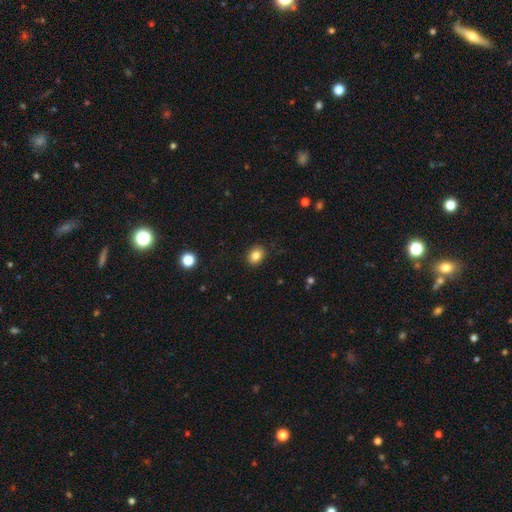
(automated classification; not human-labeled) Morphology: type=smooth (84%); roundness=in between (55%); merging=none (88%).